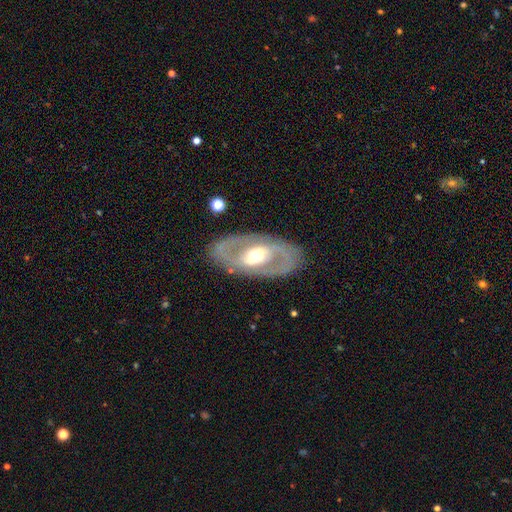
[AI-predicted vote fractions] featured or disk 76%, smooth 19%, star or artifact 5%. Down the decision tree: edge-on disk — no (90%); bar — no (44%); spiral arms — yes (51%); bulge size — moderate (65%); merging — none (83%).